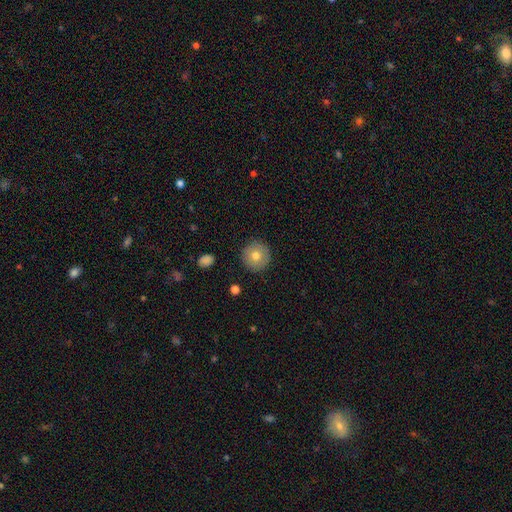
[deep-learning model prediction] smooth-or-featured: smooth: 75% | featured or disk: 16% | star or artifact: 9%
  how-rounded: round: 95% | in between: 4% | cigar-shaped: 1%
  merging: none: 90% | minor disturbance: 7% | major disturbance: 2% | merger: 1%